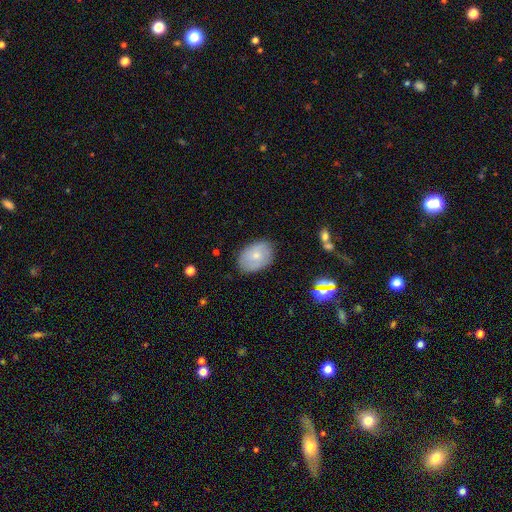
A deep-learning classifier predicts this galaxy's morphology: Smooth or featured: smooth — 65% (featured or disk — 27%)
How rounded: in between — 77% (round — 22%)
Merging: none — 79% (minor disturbance — 16%)